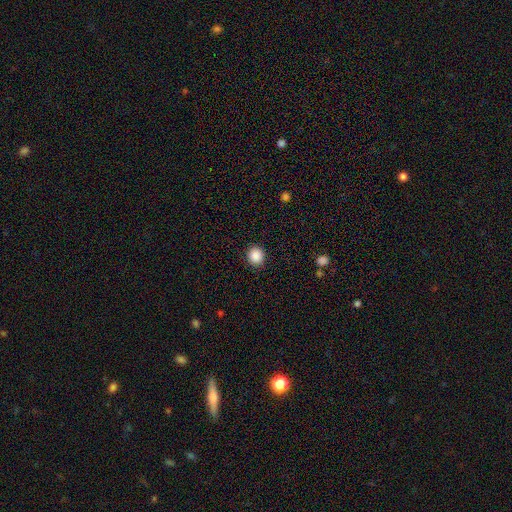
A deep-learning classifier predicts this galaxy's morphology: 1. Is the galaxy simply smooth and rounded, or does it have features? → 88% smooth, 9% star or artifact, 3% featured or disk.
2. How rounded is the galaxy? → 88% round, 11% in between, 1% cigar-shaped.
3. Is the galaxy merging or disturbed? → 91% none, 6% minor disturbance, 2% major disturbance, 1% merger.